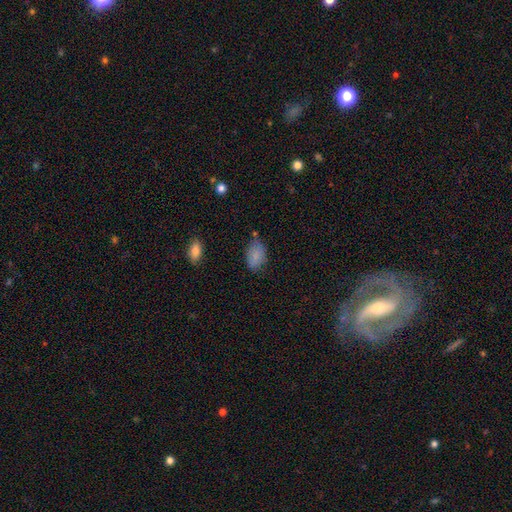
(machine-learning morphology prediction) smooth_or_featured: smooth (p=0.83) [alt: featured or disk p=0.09]
how_rounded: in between (p=0.90) [alt: round p=0.08]
merging: none (p=0.63) [alt: minor disturbance p=0.27]